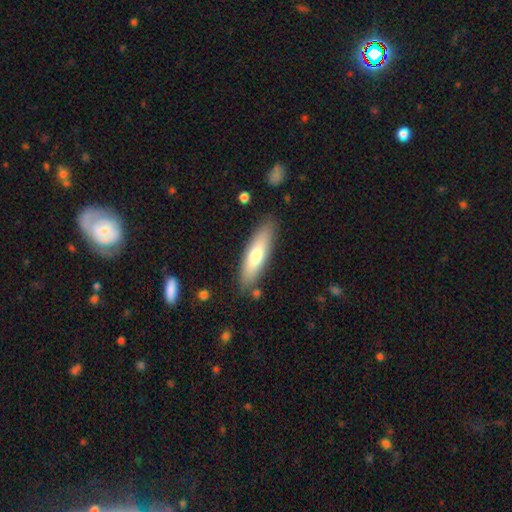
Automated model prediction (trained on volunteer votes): Smooth or featured? smooth (64%)
How rounded? cigar-shaped (62%)
Merging? none (84%)